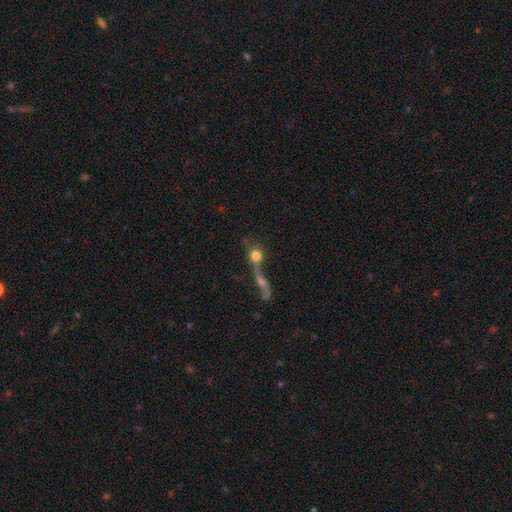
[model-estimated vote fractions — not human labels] smooth-or-featured: smooth: 59% | featured or disk: 28% | star or artifact: 13%
  how-rounded: round: 69% | in between: 23% | cigar-shaped: 7%
  merging: merger: 64% | none: 20% | major disturbance: 10% | minor disturbance: 6%